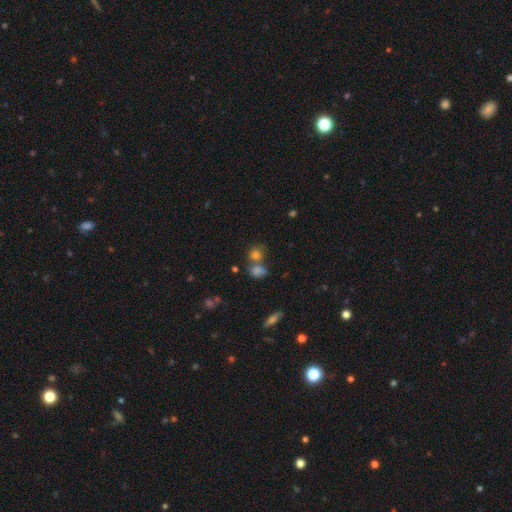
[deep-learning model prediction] A smooth galaxy with no disk features (65%) that is round (75%). Merging: none (51%).